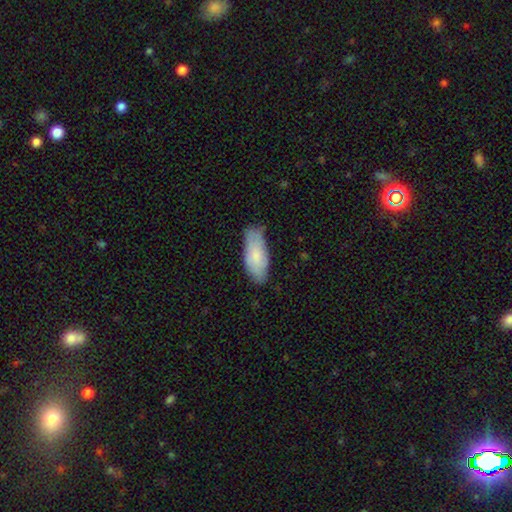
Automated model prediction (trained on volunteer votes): smooth-or-featured: smooth: 78% | featured or disk: 17% | star or artifact: 6%
  how-rounded: in between: 84% | cigar-shaped: 14% | round: 2%
  merging: none: 69% | minor disturbance: 26% | major disturbance: 4% | merger: 1%